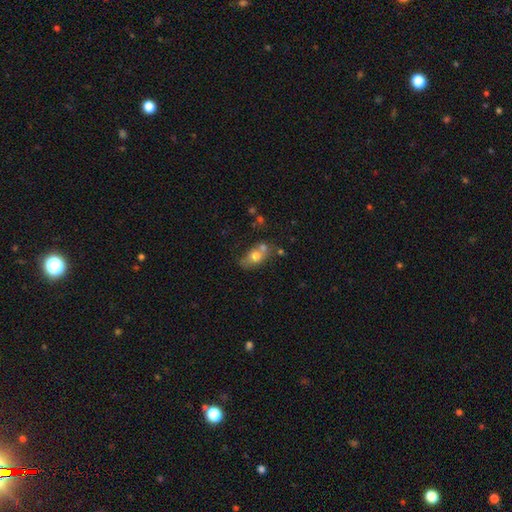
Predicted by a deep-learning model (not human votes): Smooth or featured? Predicted: smooth (p=0.67). How rounded? Predicted: in between (p=0.63). Merging? Predicted: none (p=0.42).